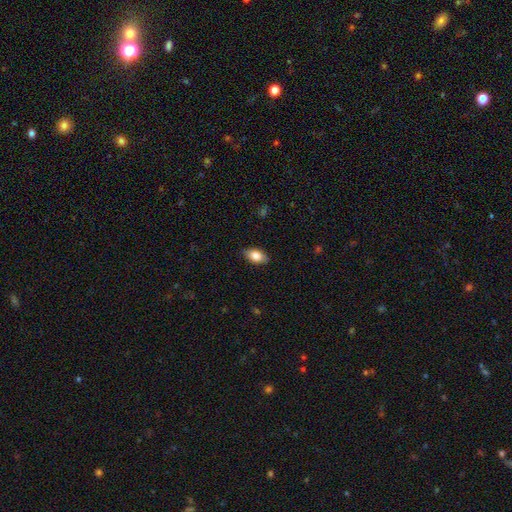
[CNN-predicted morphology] This appears to be a smooth galaxy with no disk features (81%) that is in between round and cigar-shaped (90%). Merging: none (85%).